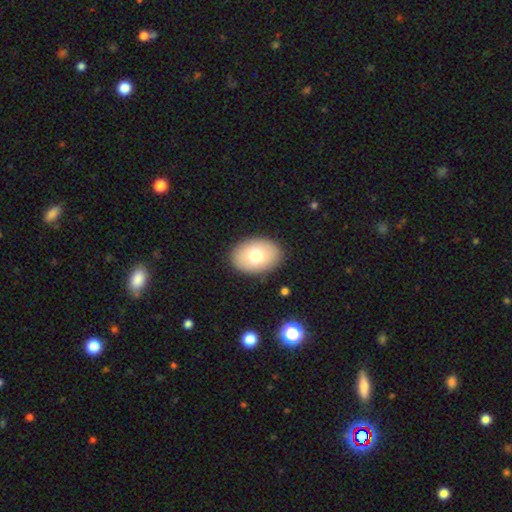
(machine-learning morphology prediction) Smooth or featured: smooth — 73% (featured or disk — 19%)
How rounded: in between — 78% (round — 21%)
Merging: none — 89% (minor disturbance — 8%)